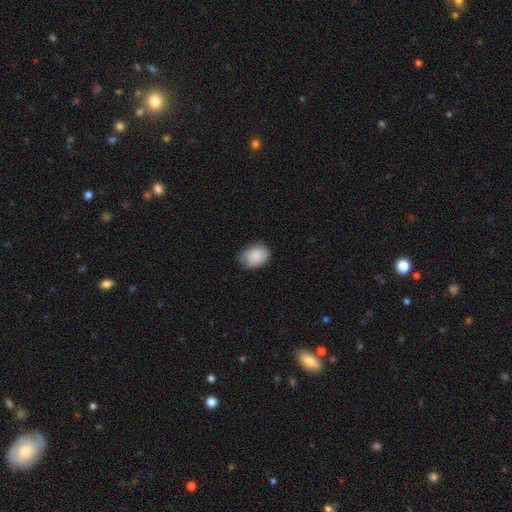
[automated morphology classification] This is clearly a smooth galaxy (84%). How rounded: likely in between (72%). Merging: likely none (66%).